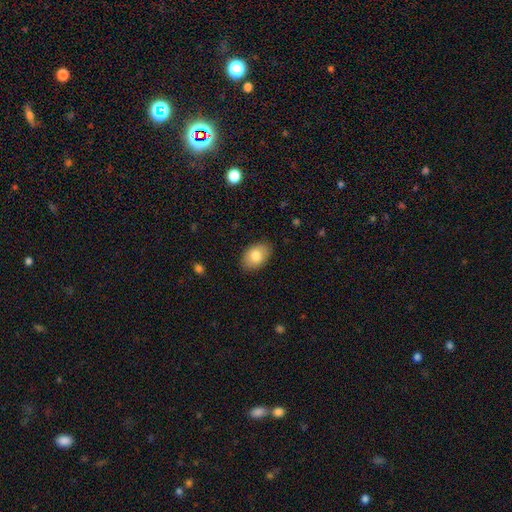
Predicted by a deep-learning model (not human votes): This is clearly a smooth galaxy (81%). How rounded: clearly in between (87%). Merging: clearly none (85%).